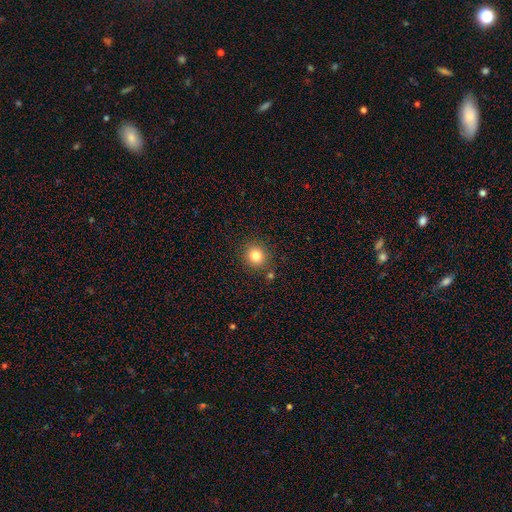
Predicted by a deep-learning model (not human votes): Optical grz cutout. It shows a smooth galaxy with no disk features (82%) that is round (88%). Merging: none (85%).